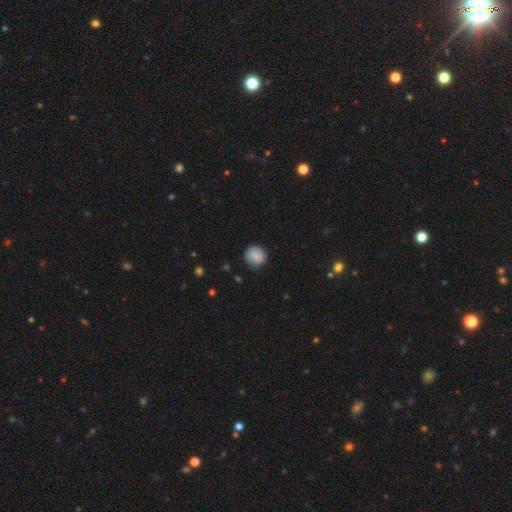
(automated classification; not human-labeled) This appears to be a smooth galaxy with no disk features (86%) that is round (88%). Merging: none (80%).